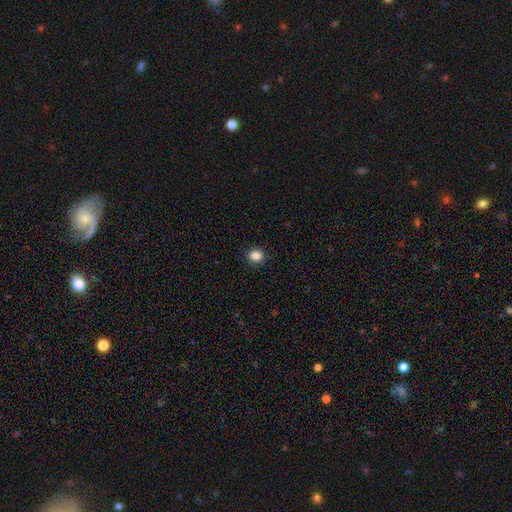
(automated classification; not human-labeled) Overall: smooth (86%). How rounded: round (75%). Merging: none (91%).